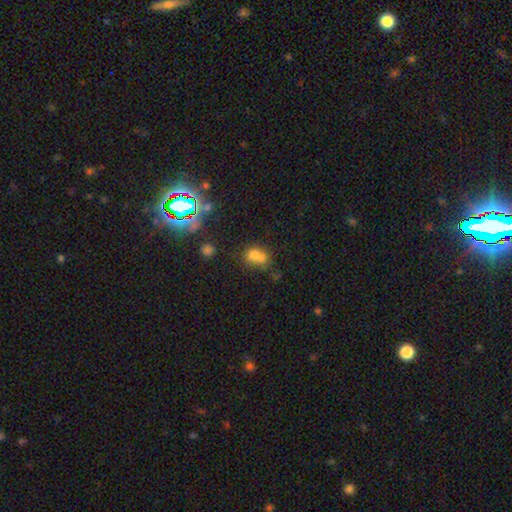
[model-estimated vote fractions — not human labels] Smooth or featured?
  - smooth: 68% *
  - featured or disk: 17%
  - star or artifact: 15%
How rounded?
  - round: 62% *
  - in between: 37%
  - cigar-shaped: 1%
Merging?
  - merger: 60% *
  - none: 28%
  - minor disturbance: 8%
  - major disturbance: 5%